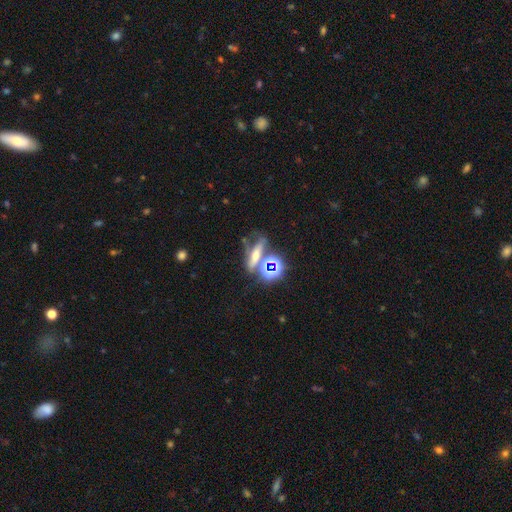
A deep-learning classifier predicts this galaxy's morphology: type=smooth (37%); merging=none (47%).